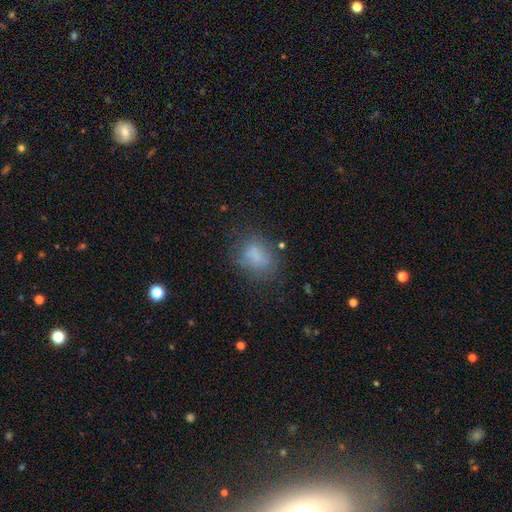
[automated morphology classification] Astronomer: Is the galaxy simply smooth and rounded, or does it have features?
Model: smooth — 72%.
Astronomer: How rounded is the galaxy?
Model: in between — 64%.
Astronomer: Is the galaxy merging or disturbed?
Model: none — 62%.